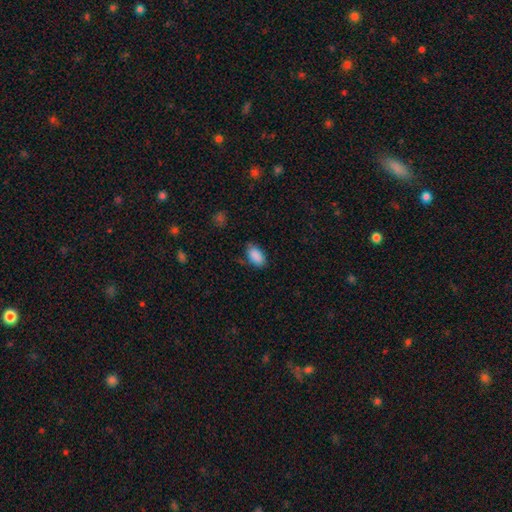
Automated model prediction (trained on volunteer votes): Overall: smooth (89%). How rounded: in between (93%). Merging: none (75%).